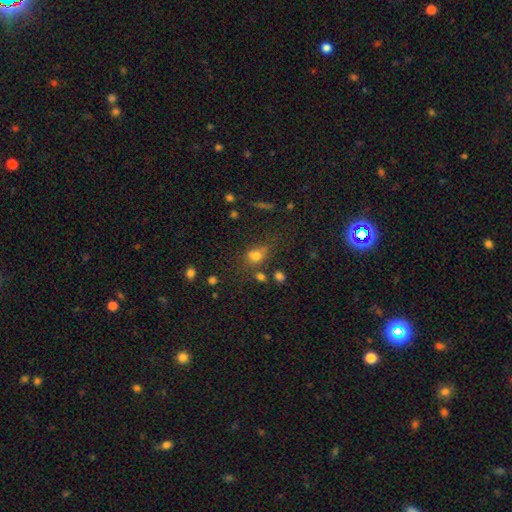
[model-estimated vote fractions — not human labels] This appears to be a smooth galaxy with no disk features (71%) that is in between round and cigar-shaped (53%). Merging: none (49%).